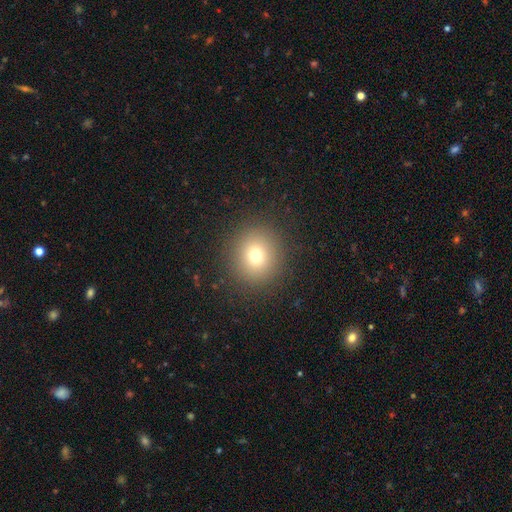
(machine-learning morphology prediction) This is likely a smooth galaxy (74%). How rounded: clearly round (91%). Merging: clearly none (90%).